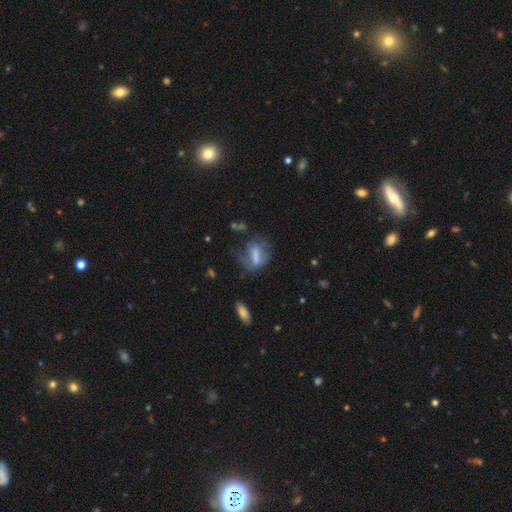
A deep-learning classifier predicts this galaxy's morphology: smooth-or-featured: smooth: 47% | featured or disk: 42% | star or artifact: 11%
  merging: none: 38% | major disturbance: 33% | minor disturbance: 24% | merger: 5%